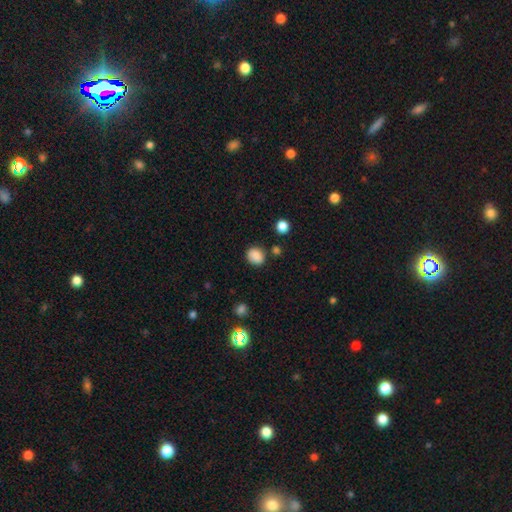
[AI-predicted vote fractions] This appears to be a smooth galaxy with no disk features (86%) that is round (69%). Merging: none (80%).